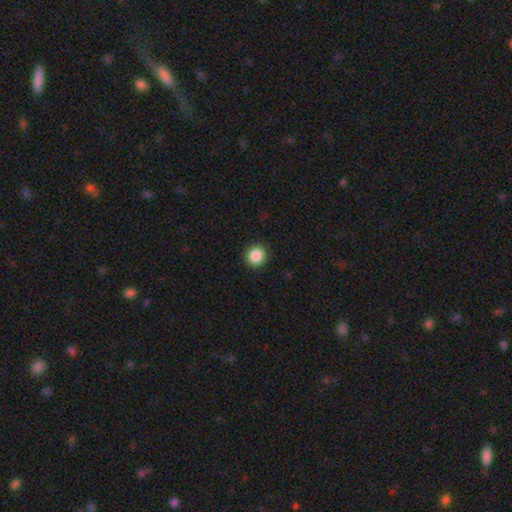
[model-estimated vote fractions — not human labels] The model was most divided on "smooth or featured": smooth: 87%, star or artifact: 9%, featured or disk: 4%. More confident: merging — none (92%); how rounded — round (91%).